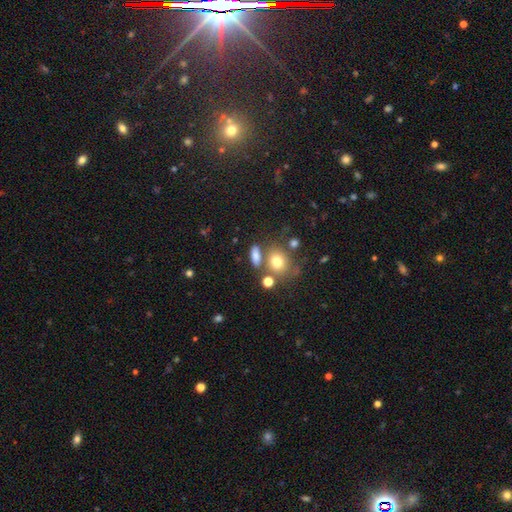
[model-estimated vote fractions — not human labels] Smooth or featured: smooth — 75% (featured or disk — 13%)
How rounded: in between — 60% (round — 25%)
Merging: none — 62% (merger — 18%)